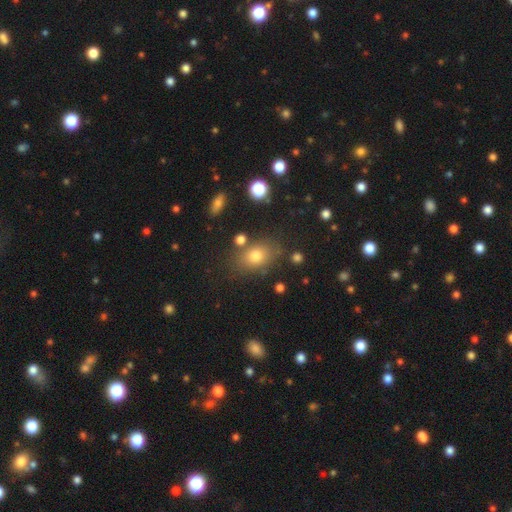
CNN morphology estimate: Smooth or featured? Predicted: smooth (p=0.73). How rounded? Predicted: in between (p=0.69). Merging? Predicted: none (p=0.78).